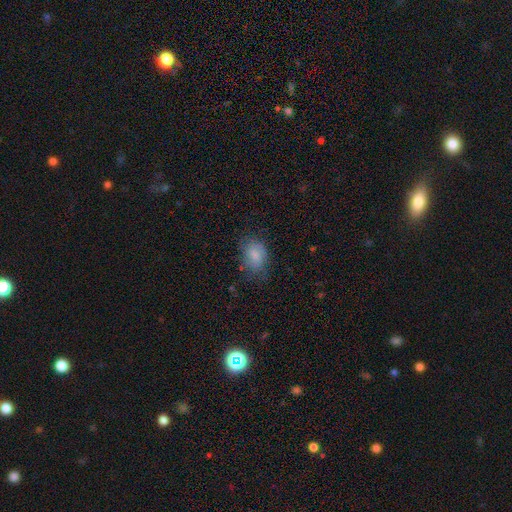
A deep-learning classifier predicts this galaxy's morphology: smooth_or_featured: smooth (p=0.79) [alt: featured or disk p=0.13]
how_rounded: in between (p=0.78) [alt: round p=0.20]
merging: none (p=0.62) [alt: minor disturbance p=0.26]